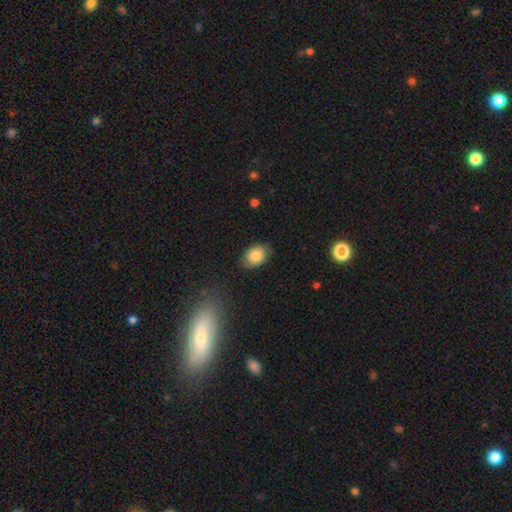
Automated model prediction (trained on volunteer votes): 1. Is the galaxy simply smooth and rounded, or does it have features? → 82% smooth, 10% featured or disk, 8% star or artifact.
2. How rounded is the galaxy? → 75% in between, 24% round, 1% cigar-shaped.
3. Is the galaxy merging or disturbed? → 78% none, 17% minor disturbance, 3% major disturbance, 1% merger.